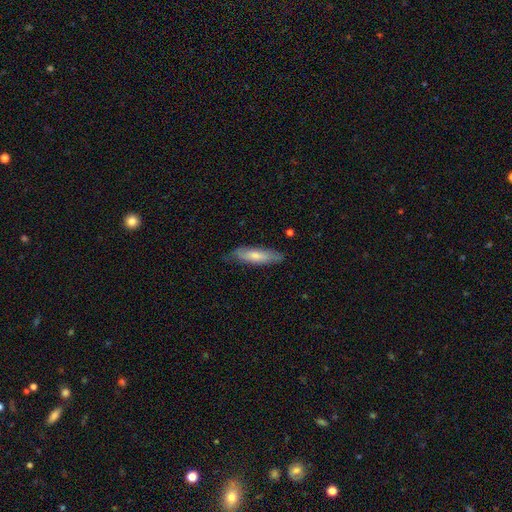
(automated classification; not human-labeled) smooth_or_featured: smooth (p=0.67) [alt: featured or disk p=0.28]
how_rounded: cigar-shaped (p=0.66) [alt: in between p=0.32]
merging: none (p=0.75) [alt: minor disturbance p=0.20]